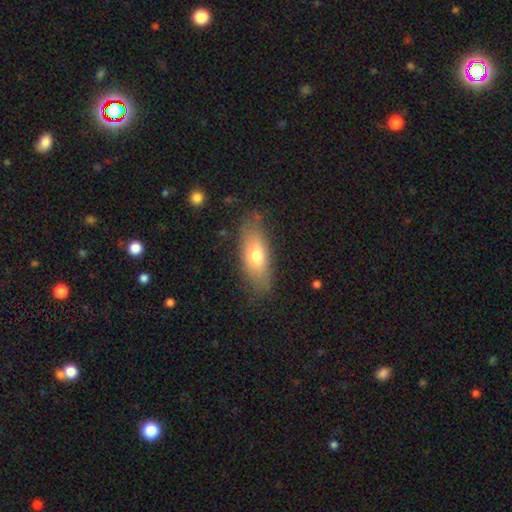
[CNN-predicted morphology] type=smooth (69%); roundness=in between (74%); merging=none (75%).